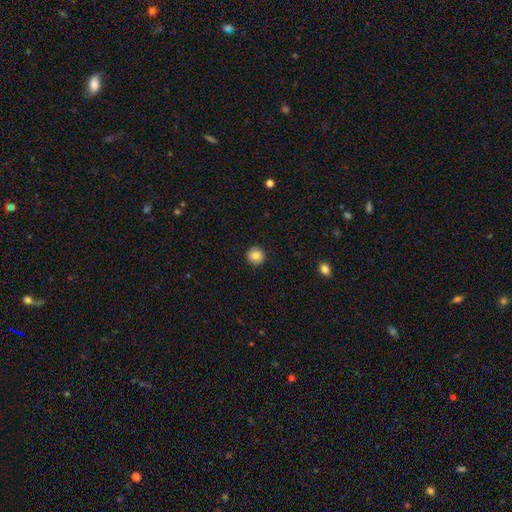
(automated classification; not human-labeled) This is clearly a smooth galaxy (82%). How rounded: clearly round (95%). Merging: clearly none (92%).